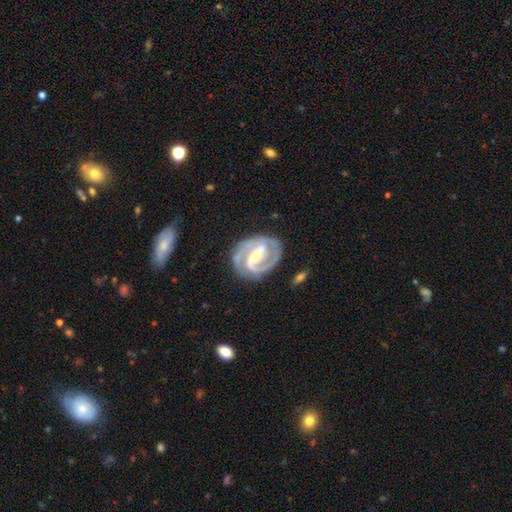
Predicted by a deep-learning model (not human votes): A featured or disk galaxy (90%) with a strong bar (61%), 2 (86%) tight (49%) spiral arms (97%) and a small central bulge (49%). Merging: none (77%).